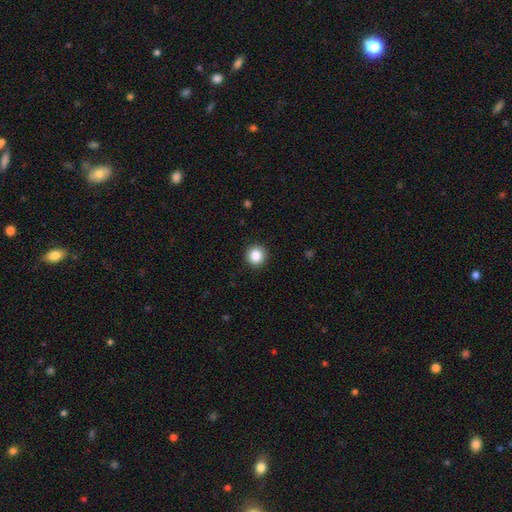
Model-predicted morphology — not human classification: Smooth or featured: smooth — 85% (star or artifact — 10%)
How rounded: round — 94% (in between — 5%)
Merging: none — 92% (minor disturbance — 5%)